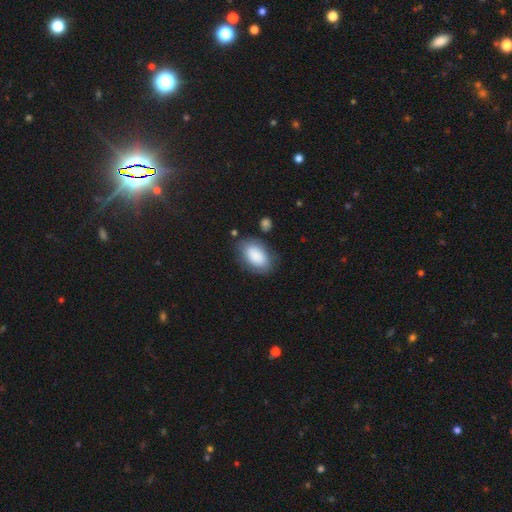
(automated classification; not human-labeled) smooth-or-featured: smooth: 84% | featured or disk: 9% | star or artifact: 6%
  how-rounded: in between: 91% | round: 7% | cigar-shaped: 1%
  merging: none: 73% | minor disturbance: 17% | major disturbance: 6% | merger: 4%